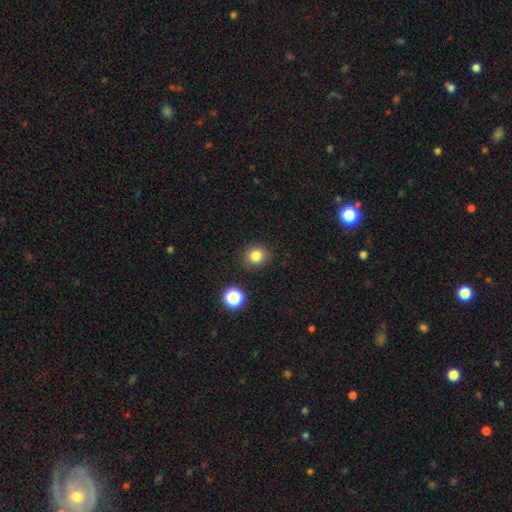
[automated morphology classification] type=smooth (81%); roundness=round (85%); merging=none (88%).